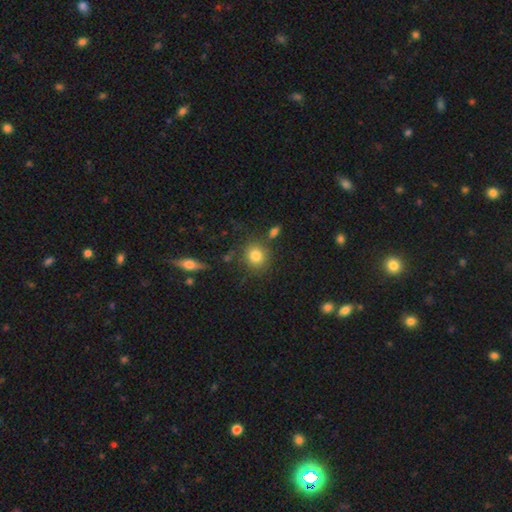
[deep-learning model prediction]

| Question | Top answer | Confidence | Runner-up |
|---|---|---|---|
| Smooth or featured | smooth | 81% | star or artifact (11%) |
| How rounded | round | 86% | in between (13%) |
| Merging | none | 78% | minor disturbance (11%) |